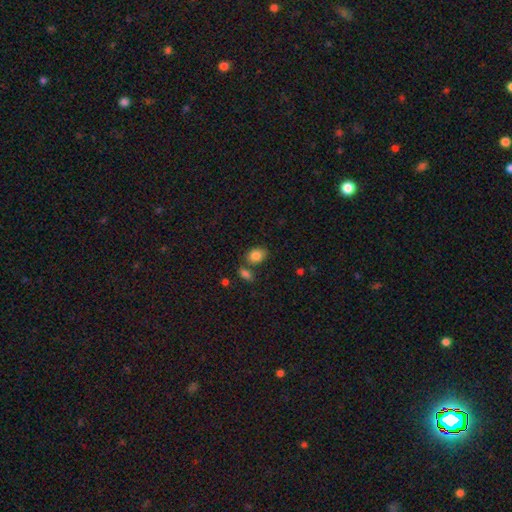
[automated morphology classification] This is clearly a smooth galaxy (85%). How rounded: likely in between (72%). Merging: likely none (67%).